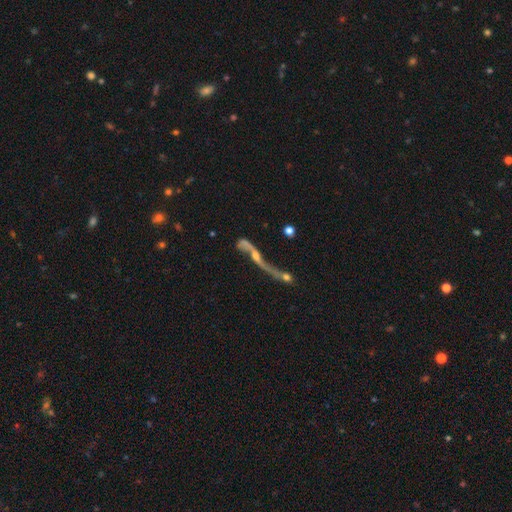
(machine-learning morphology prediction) A featured or disk galaxy (71%) with no bar (67%), spiral arms (67%) and a small central bulge (46%). Merging: merger (40%).